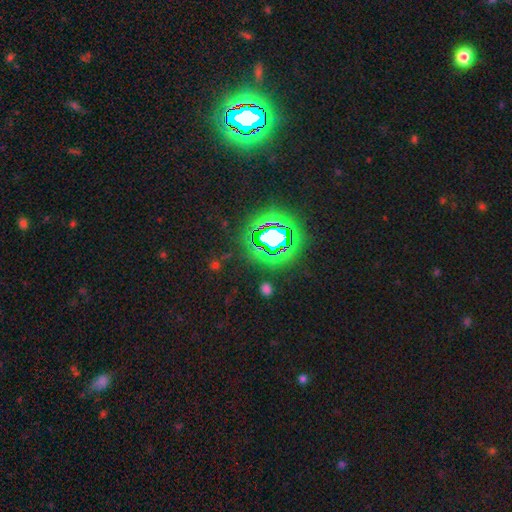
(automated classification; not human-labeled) This appears to be a star or artifact, not a galaxy (82%).